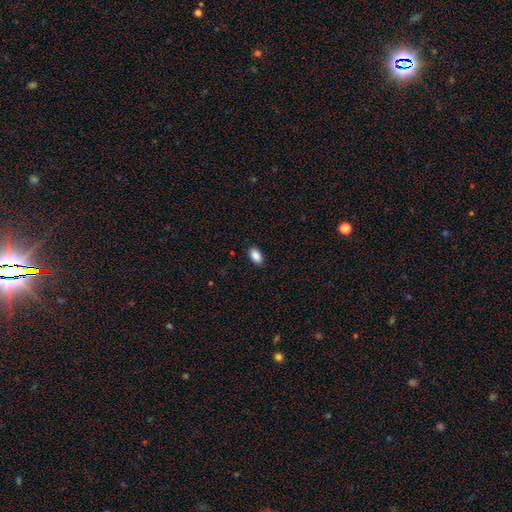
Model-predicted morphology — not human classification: This is clearly a smooth galaxy (89%). How rounded: clearly in between (93%). Merging: clearly none (88%).